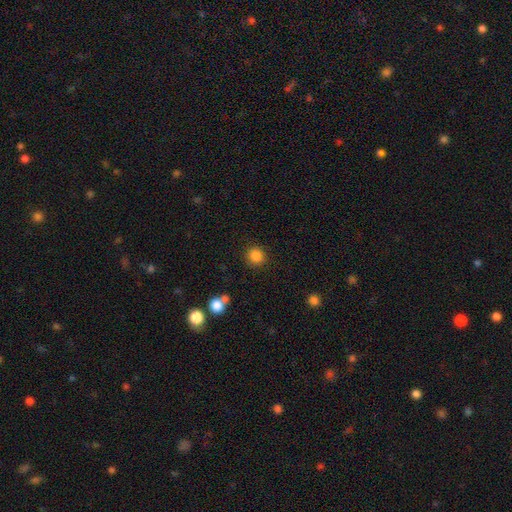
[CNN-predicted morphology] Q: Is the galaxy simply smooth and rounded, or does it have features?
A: smooth — 85%.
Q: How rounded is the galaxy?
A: round — 90%.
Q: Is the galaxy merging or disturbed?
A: none — 87%.